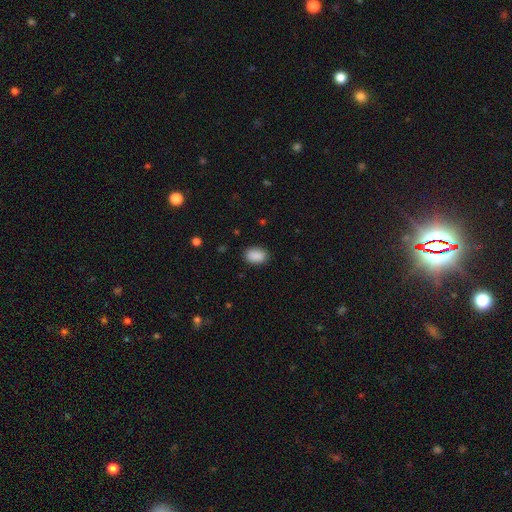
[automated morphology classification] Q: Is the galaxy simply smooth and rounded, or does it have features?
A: smooth — 90%.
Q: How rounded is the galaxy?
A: in between — 85%.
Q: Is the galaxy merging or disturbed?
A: none — 86%.